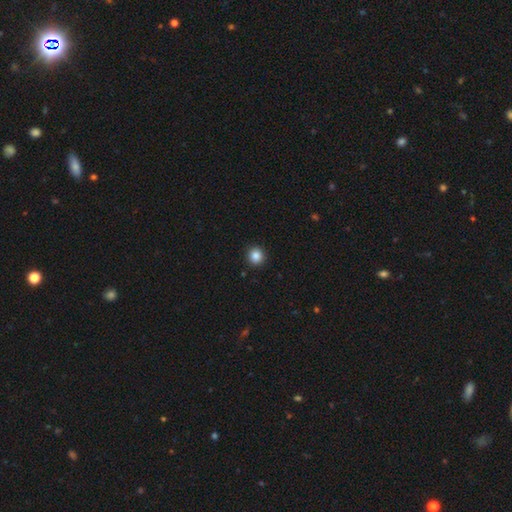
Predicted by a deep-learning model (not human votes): smooth-or-featured: smooth: 86% | star or artifact: 10% | featured or disk: 4%
  how-rounded: round: 92% | in between: 7% | cigar-shaped: 1%
  merging: none: 92% | minor disturbance: 5% | major disturbance: 2% | merger: 1%